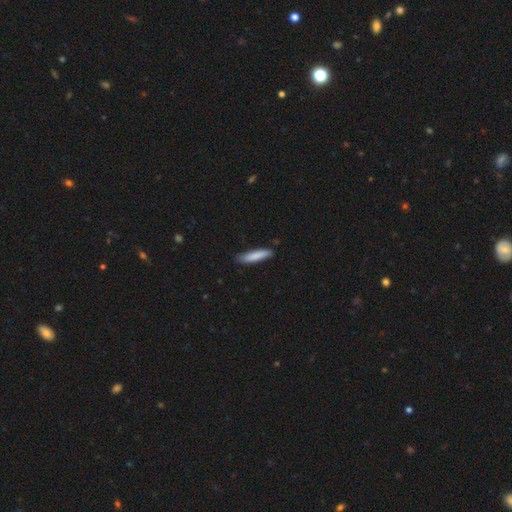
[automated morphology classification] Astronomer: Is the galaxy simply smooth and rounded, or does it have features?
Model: smooth — 83%.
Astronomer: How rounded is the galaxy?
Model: cigar-shaped — 84%.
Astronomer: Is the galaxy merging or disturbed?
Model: none — 82%.